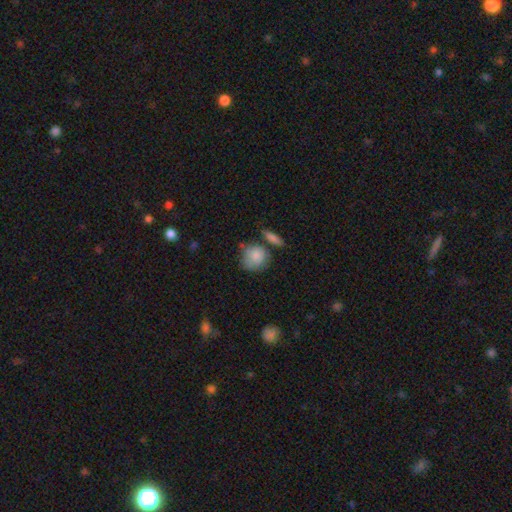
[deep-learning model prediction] smooth_or_featured: smooth (p=0.84) [alt: featured or disk p=0.09]
how_rounded: round (p=0.77) [alt: in between p=0.22]
merging: none (p=0.55) [alt: minor disturbance p=0.22]